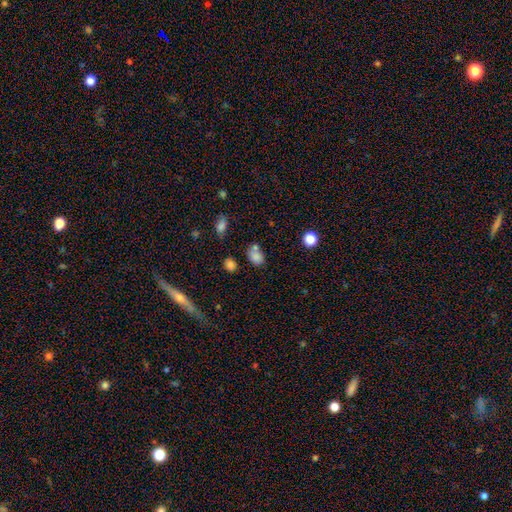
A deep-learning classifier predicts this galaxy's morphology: Smooth or featured: smooth — 79% (star or artifact — 13%)
How rounded: in between — 63% (round — 35%)
Merging: none — 50% (merger — 26%)